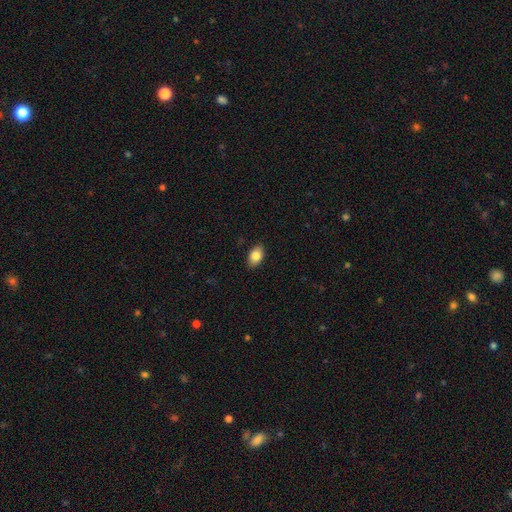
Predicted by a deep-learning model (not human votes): A smooth galaxy with no disk features (83%) that is in between round and cigar-shaped (90%).

Vote fractions:
- Smooth or featured? smooth: 83% / featured or disk: 9% / star or artifact: 8%
- How rounded? in between: 90% / round: 9% / cigar-shaped: 1%
- Merging? none: 89% / minor disturbance: 8% / major disturbance: 2% / merger: 1%